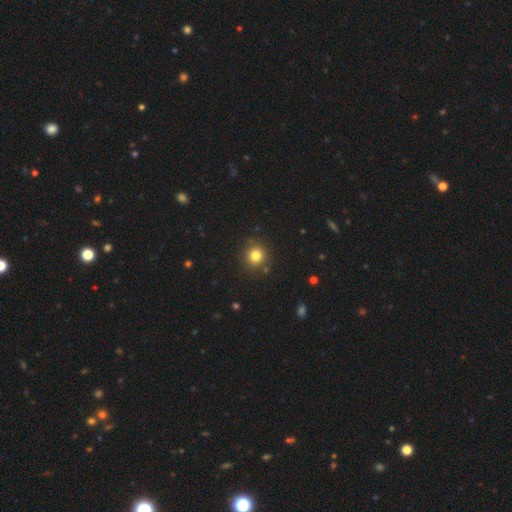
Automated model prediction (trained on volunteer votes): smooth-or-featured: smooth: 80% | star or artifact: 13% | featured or disk: 7%
  how-rounded: round: 92% | in between: 7% | cigar-shaped: 1%
  merging: none: 88% | minor disturbance: 7% | major disturbance: 2% | merger: 2%